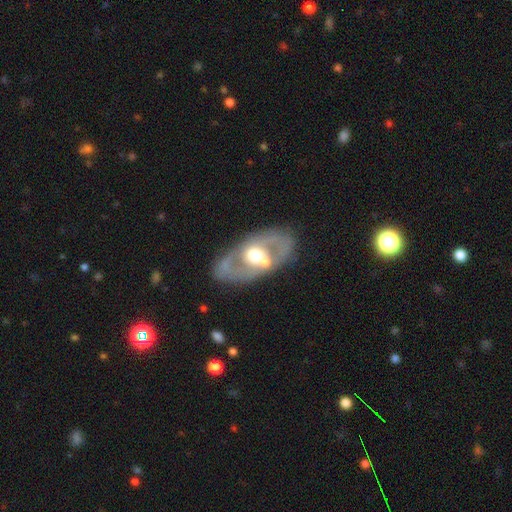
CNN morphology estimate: A featured or disk galaxy (71%) with no bar (64%), no spiral arms (62%) and a moderate central bulge (68%). Merging: none (72%).